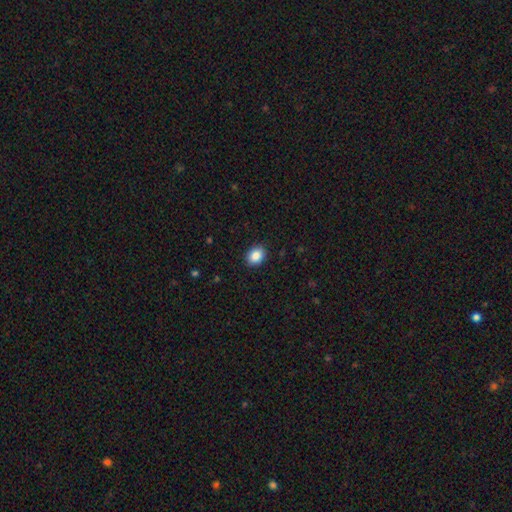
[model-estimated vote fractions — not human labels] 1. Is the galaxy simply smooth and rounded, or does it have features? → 88% smooth, 8% star or artifact, 4% featured or disk.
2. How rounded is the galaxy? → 51% in between, 48% round, 1% cigar-shaped.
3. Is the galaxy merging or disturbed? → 90% none, 7% minor disturbance, 2% major disturbance, 1% merger.